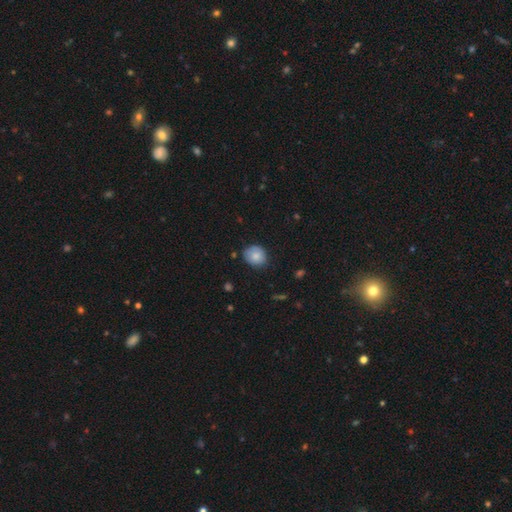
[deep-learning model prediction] This appears to be a smooth galaxy with no disk features (82%) that is round (67%). Merging: none (72%).